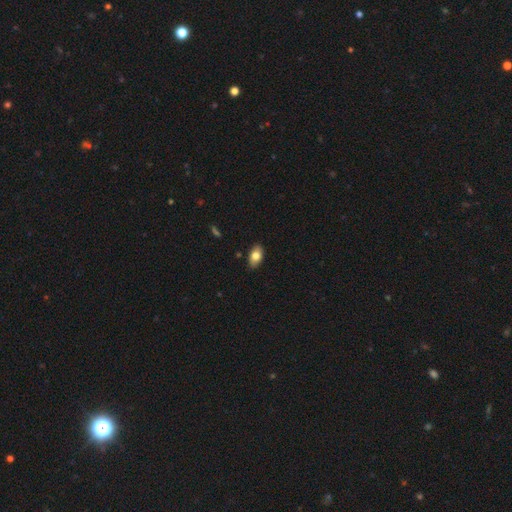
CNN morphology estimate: The model was most divided on "smooth or featured": smooth: 79%, featured or disk: 14%, star or artifact: 7%. More confident: how rounded — in between (92%); merging — none (87%).